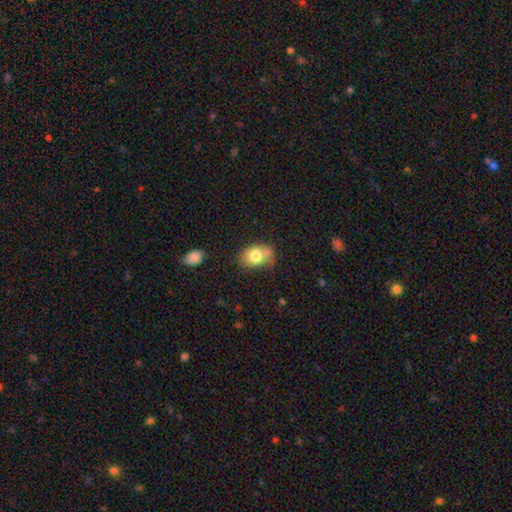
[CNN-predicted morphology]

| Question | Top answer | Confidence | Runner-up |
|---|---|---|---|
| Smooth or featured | smooth | 77% | featured or disk (14%) |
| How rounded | in between | 70% | round (29%) |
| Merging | none | 52% | minor disturbance (27%) |